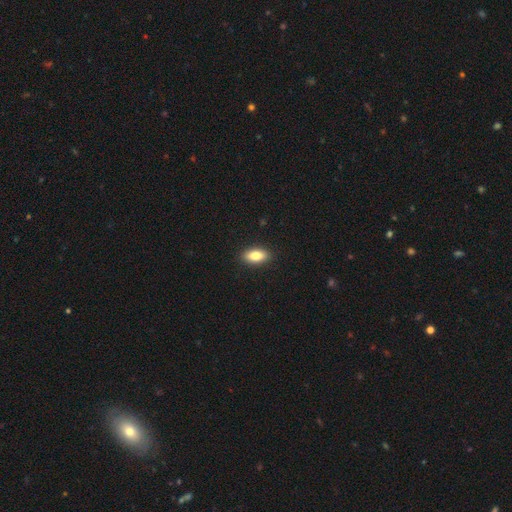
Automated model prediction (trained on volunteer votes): This appears to be a smooth galaxy with no disk features (81%) that is in between round and cigar-shaped (86%). Merging: none (90%).